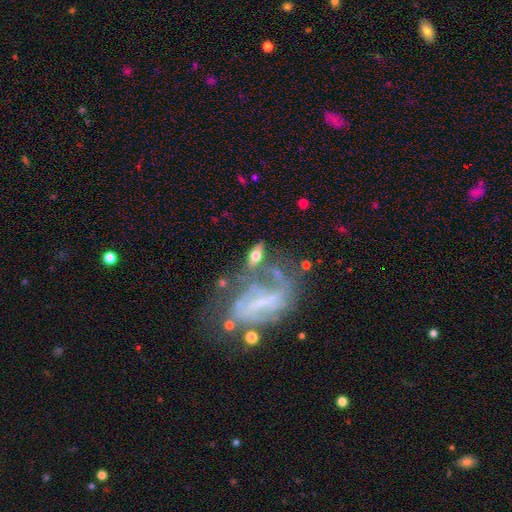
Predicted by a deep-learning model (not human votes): Smooth or featured: smooth — 47% (featured or disk — 45%)
Merging: none — 50% (merger — 19%)